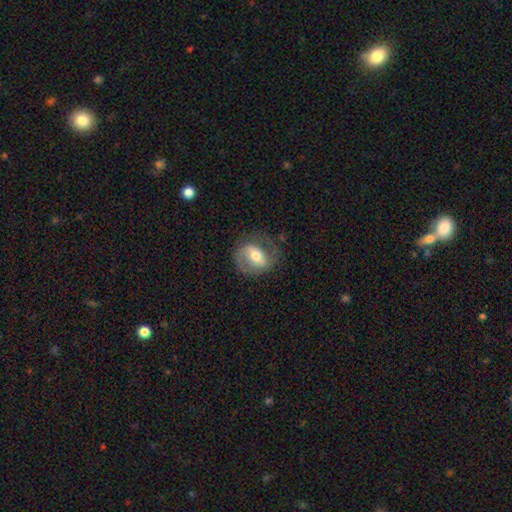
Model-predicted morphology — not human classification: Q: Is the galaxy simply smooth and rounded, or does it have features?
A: featured or disk — 58%.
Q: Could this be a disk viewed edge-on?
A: no — 95%.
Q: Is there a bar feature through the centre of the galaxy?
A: weak — 39%.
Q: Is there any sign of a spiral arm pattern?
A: yes — 72%.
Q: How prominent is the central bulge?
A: moderate — 70%.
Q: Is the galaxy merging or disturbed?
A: none — 67%.